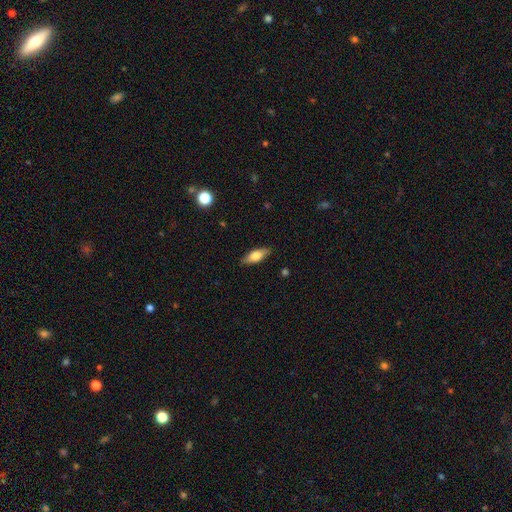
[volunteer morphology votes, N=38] This is likely a smooth galaxy (76%). How rounded: likely in between (62%). Merging: clearly none (84%).